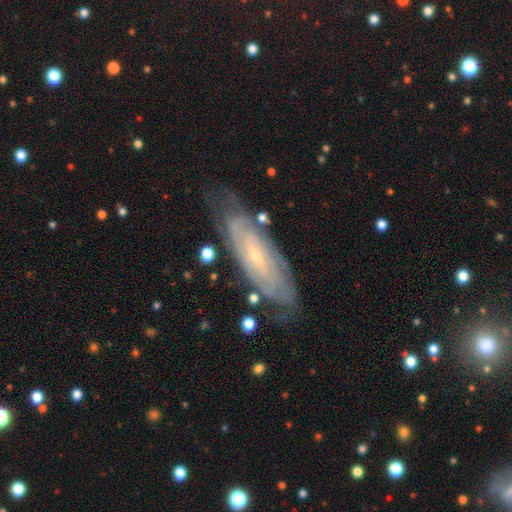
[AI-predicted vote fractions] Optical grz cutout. It shows a featured or disk galaxy (80%) with no bar (63%), tight (75%) spiral arms (91%) and a small central bulge (80%). Merging: none (72%).